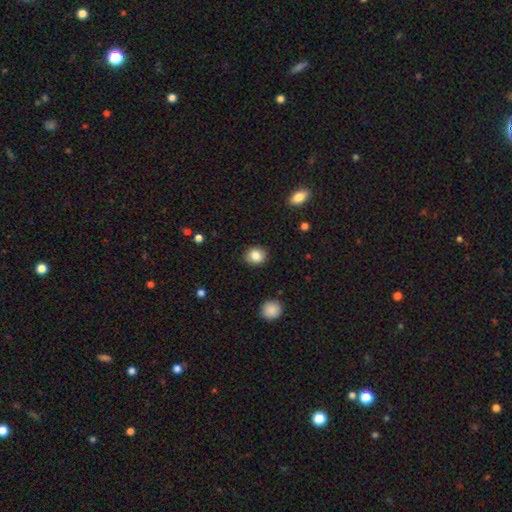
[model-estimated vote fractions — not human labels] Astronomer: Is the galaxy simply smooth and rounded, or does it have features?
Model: smooth — 85%.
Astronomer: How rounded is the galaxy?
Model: round — 69%.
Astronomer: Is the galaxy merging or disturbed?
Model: none — 87%.